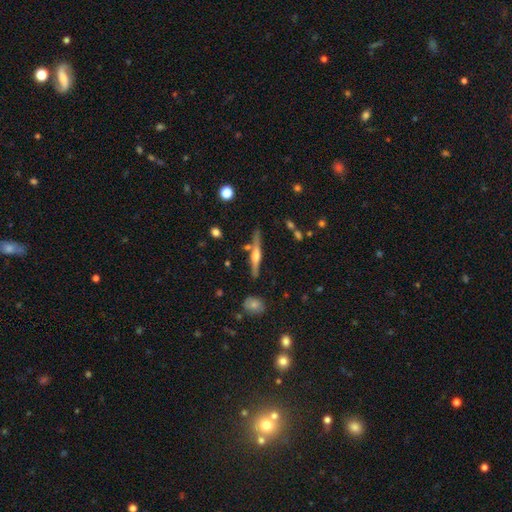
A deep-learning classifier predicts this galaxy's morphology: smooth_or_featured: featured or disk (p=0.68) [alt: smooth p=0.25]
disk_edge_on: yes (p=0.97) [alt: no p=0.03]
edge_on_bulge: rounded (p=0.77) [alt: boxy p=0.16]
merging: none (p=0.77) [alt: minor disturbance p=0.13]